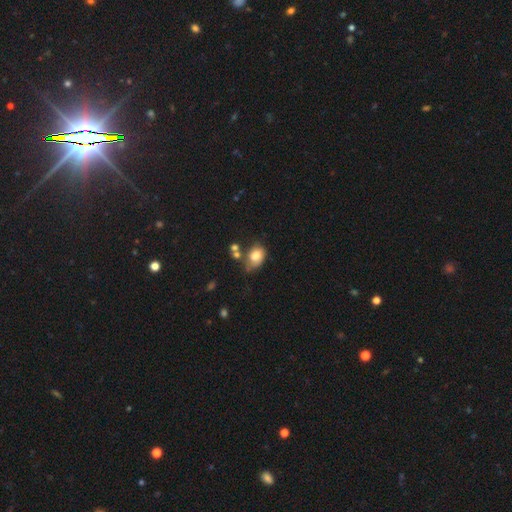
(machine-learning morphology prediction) A smooth galaxy with no disk features (76%) that is in between round and cigar-shaped (72%). Merging: none (39%).